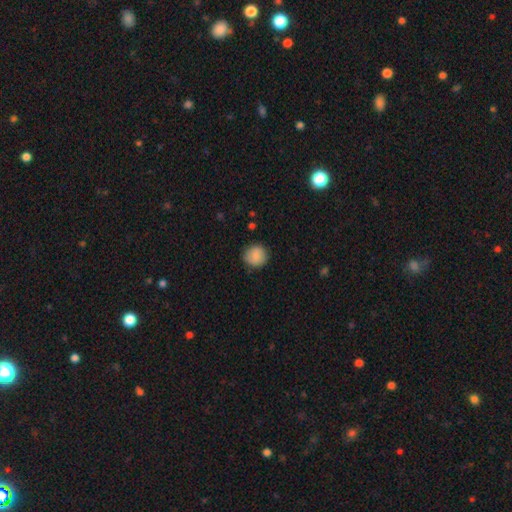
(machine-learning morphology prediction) A smooth galaxy with no disk features (85%) that is round (89%).

Vote fractions:
- Smooth or featured? smooth: 85% / featured or disk: 8% / star or artifact: 7%
- How rounded? round: 89% / in between: 10% / cigar-shaped: 1%
- Merging? none: 87% / minor disturbance: 10% / major disturbance: 3% / merger: 1%